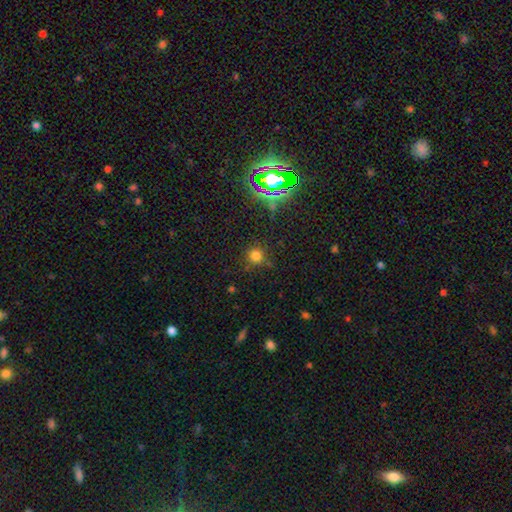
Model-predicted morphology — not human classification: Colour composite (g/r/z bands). It shows a smooth galaxy with no disk features (71%) that is round (93%). Merging: none (83%).